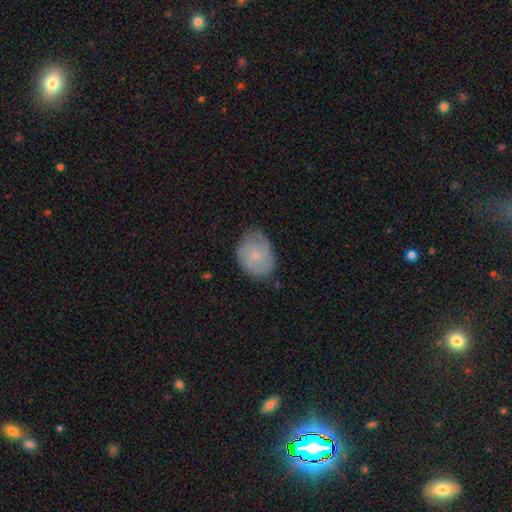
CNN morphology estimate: This is possibly a featured or disk galaxy (49%). Merging: likely none (71%).